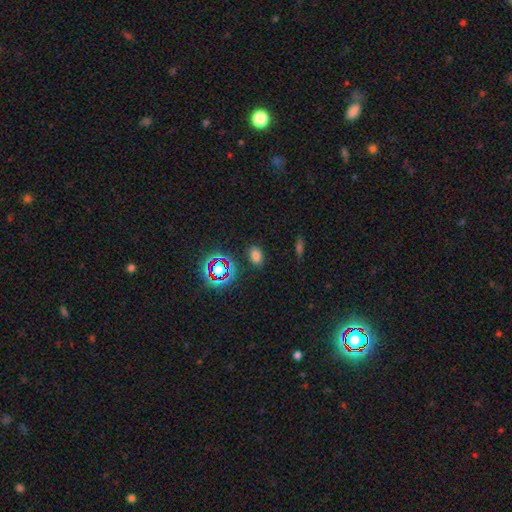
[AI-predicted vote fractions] smooth-or-featured: smooth: 71% | star or artifact: 22% | featured or disk: 7%
  how-rounded: in between: 86% | round: 12% | cigar-shaped: 2%
  merging: none: 84% | minor disturbance: 11% | major disturbance: 3% | merger: 2%